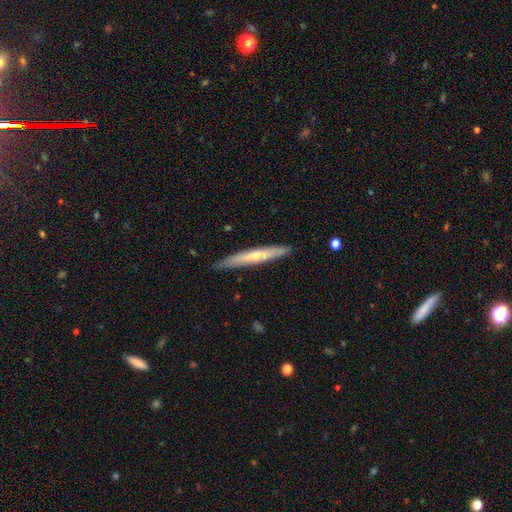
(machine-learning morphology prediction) The model was most divided on "smooth or featured": featured or disk: 52%, smooth: 43%, star or artifact: 6%. More confident: edge-on disk — yes (89%); merging — none (86%).